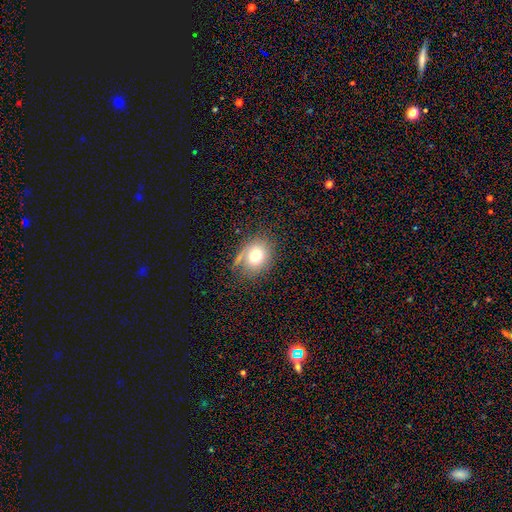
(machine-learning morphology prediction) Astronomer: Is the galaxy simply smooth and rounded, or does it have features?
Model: smooth — 71%.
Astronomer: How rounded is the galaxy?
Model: round — 55% (runner-up: in between, 44%).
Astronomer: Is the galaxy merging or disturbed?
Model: none — 70%.